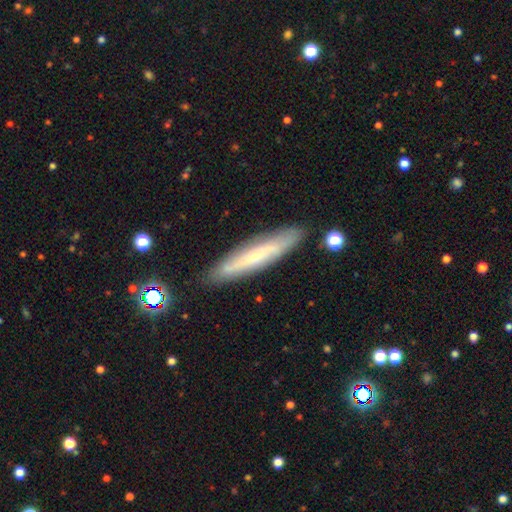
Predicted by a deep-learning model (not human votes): smooth_or_featured: featured or disk (p=0.53) [alt: smooth p=0.40]
disk_edge_on: yes (p=0.69) [alt: no p=0.31]
merging: none (p=0.86) [alt: minor disturbance p=0.10]